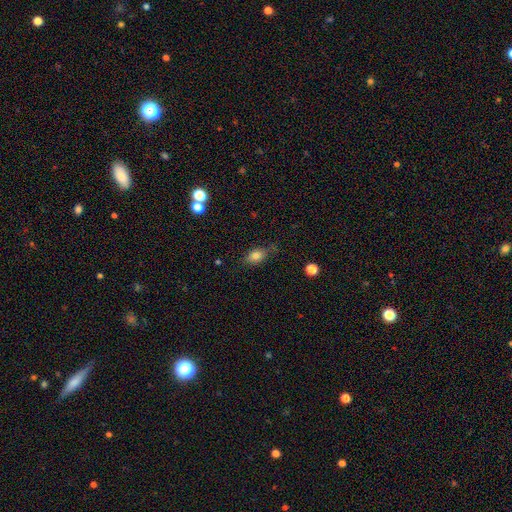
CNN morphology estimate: Q: Smooth or featured?
A: smooth (77%); runner-up: featured or disk (13%)
Q: How rounded?
A: in between (78%); runner-up: round (17%)
Q: Merging?
A: none (66%); runner-up: minor disturbance (25%)